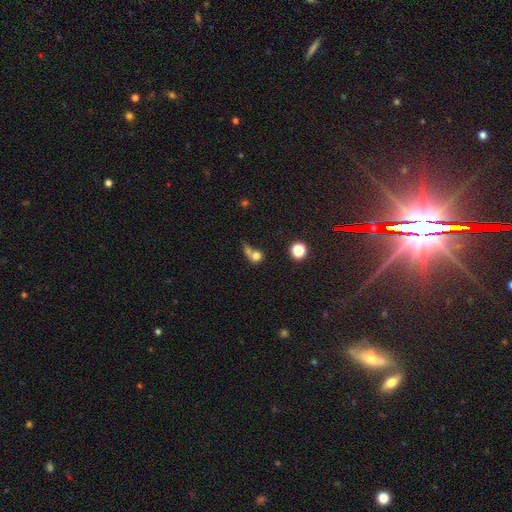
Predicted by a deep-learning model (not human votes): smooth 72%, featured or disk 15%, star or artifact 13%. Down the decision tree: how rounded — round (71%); merging — merger (53%).